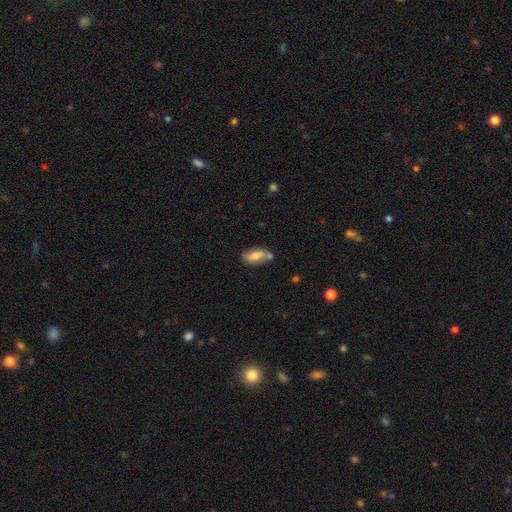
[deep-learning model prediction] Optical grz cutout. It shows a smooth galaxy with no disk features (55%) that is in between round and cigar-shaped (81%). Merging: none (60%).